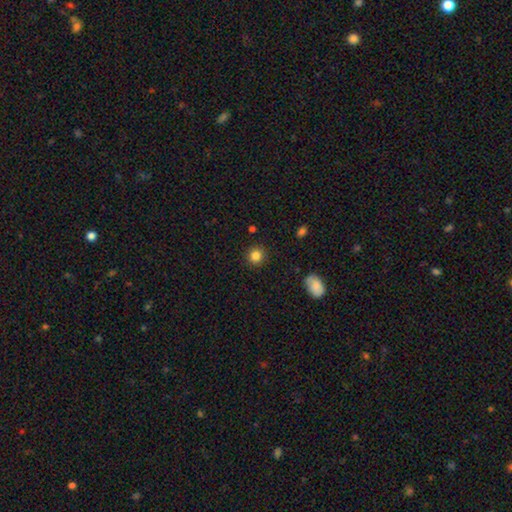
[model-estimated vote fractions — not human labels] A smooth galaxy with no disk features (84%) that is round (92%).

Vote fractions:
- Smooth or featured? smooth: 84% / star or artifact: 11% / featured or disk: 5%
- How rounded? round: 92% / in between: 7% / cigar-shaped: 1%
- Merging? none: 91% / minor disturbance: 6% / major disturbance: 2% / merger: 1%